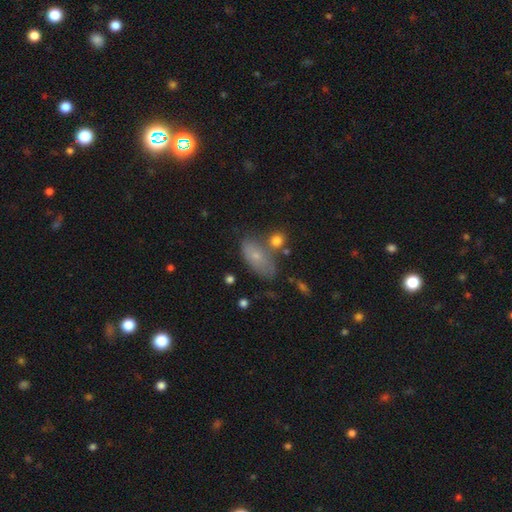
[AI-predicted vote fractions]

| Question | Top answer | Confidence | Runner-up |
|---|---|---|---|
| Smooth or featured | smooth | 69% | featured or disk (21%) |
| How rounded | in between | 86% | cigar-shaped (8%) |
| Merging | none | 56% | minor disturbance (22%) |